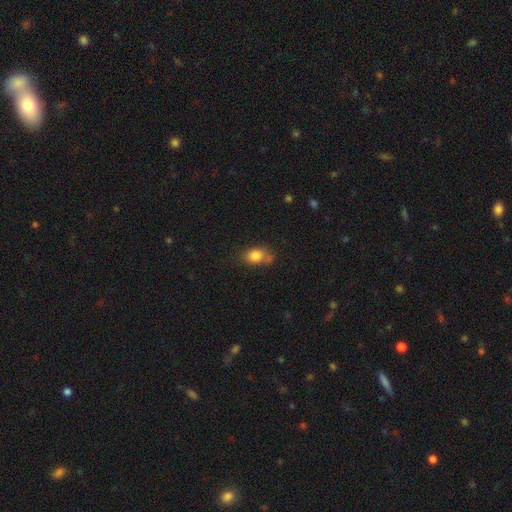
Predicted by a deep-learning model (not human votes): Morphology: type=smooth (83%); roundness=in between (64%); merging=none (59%).